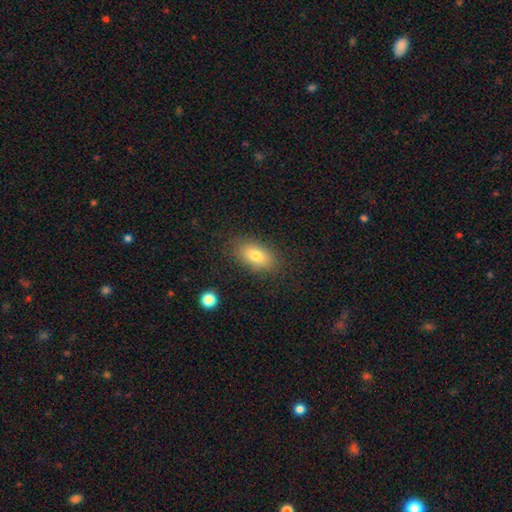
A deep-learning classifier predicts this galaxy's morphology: Smooth or featured? smooth (78%)
How rounded? in between (87%)
Merging? none (85%)